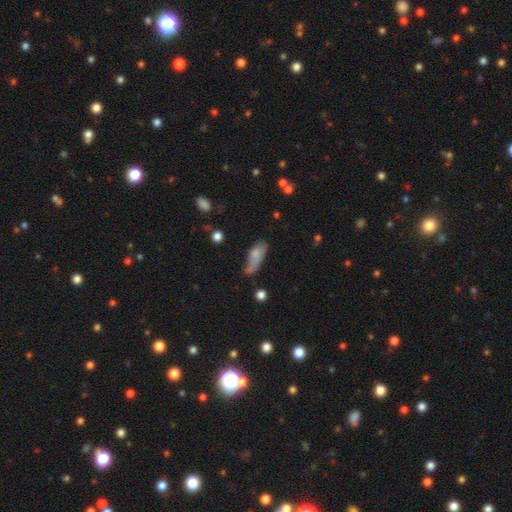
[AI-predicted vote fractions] Overall: smooth (70%). How rounded: in between (67%; cigar-shaped 29%). Merging: minor disturbance (35%; none 32%).